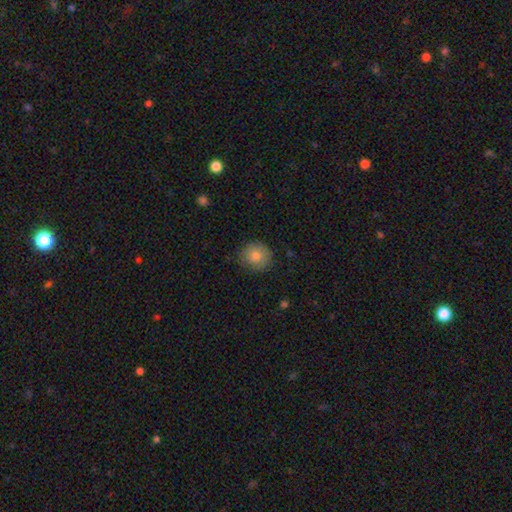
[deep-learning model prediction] Smooth or featured? Predicted: smooth (p=0.81). How rounded? Predicted: round (p=0.86). Merging? Predicted: none (p=0.84).